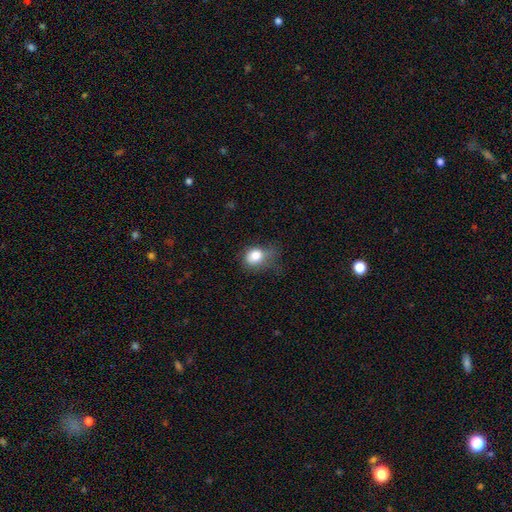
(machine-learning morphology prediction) A smooth galaxy with no disk features (80%) that is in between round and cigar-shaped (51%). Merging: none (39%).